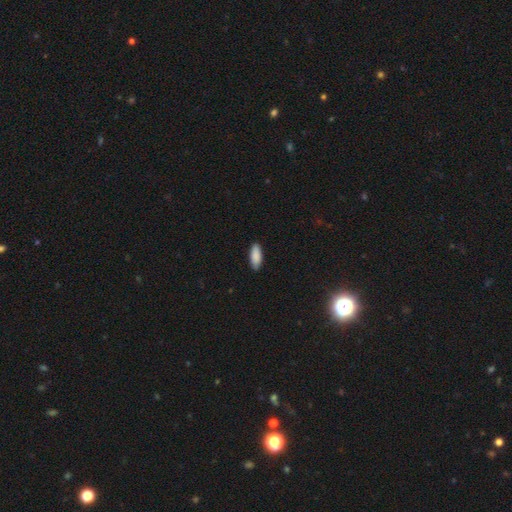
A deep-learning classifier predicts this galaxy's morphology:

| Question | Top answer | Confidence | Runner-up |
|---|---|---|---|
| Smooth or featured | smooth | 90% | star or artifact (6%) |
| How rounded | in between | 77% | cigar-shaped (22%) |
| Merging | none | 89% | minor disturbance (9%) |